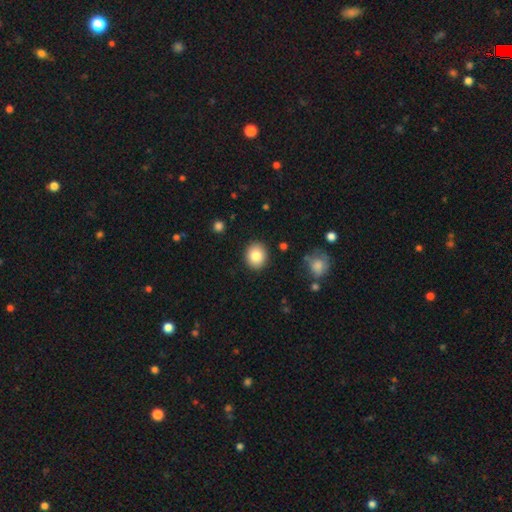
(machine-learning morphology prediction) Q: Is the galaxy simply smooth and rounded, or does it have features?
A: smooth — 84%.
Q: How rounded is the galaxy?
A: round — 70%.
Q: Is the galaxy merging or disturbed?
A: none — 90%.